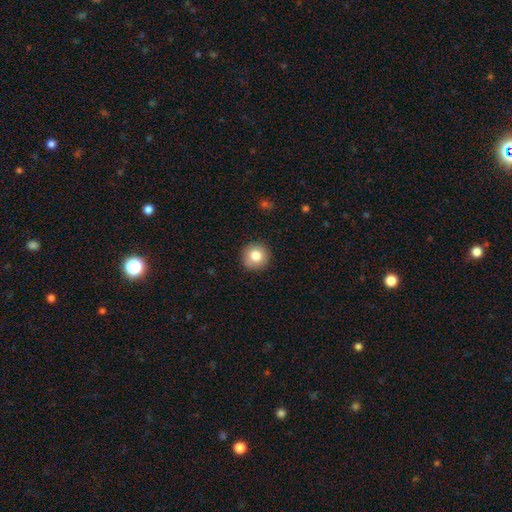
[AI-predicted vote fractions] A smooth galaxy with no disk features (82%) that is round (94%). Merging: none (90%).